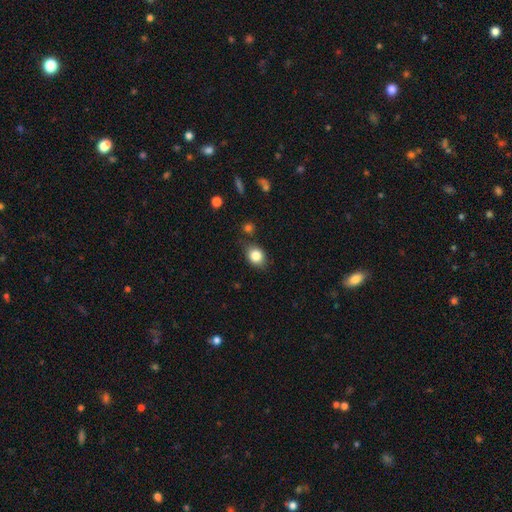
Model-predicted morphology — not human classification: This is clearly a smooth galaxy (83%). How rounded: possibly in between (49%, tied with round). Merging: likely none (76%).